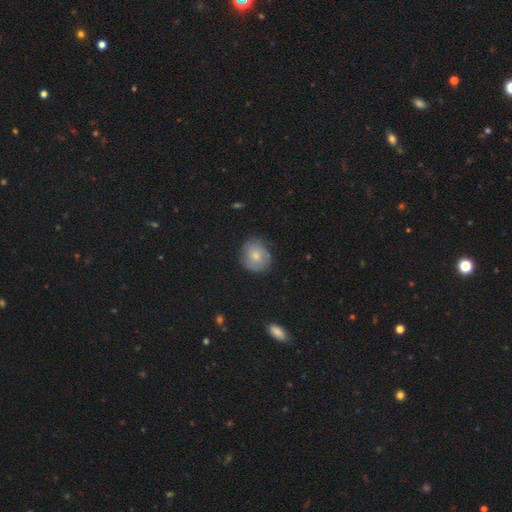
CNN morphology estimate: Smooth or featured? smooth (68%)
How rounded? round (78%)
Merging? none (73%)